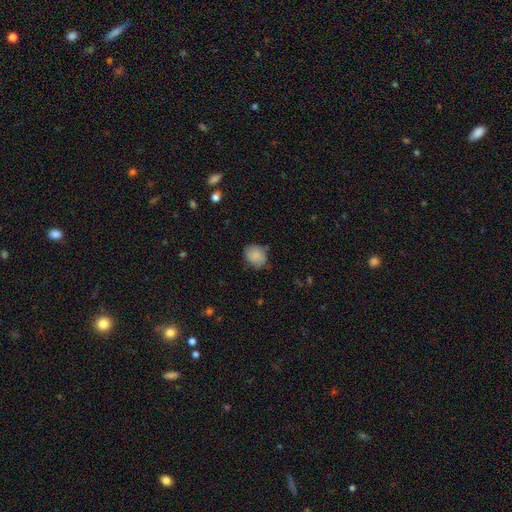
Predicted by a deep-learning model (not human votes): Q: Smooth or featured?
A: smooth (83%); runner-up: featured or disk (10%)
Q: How rounded?
A: round (64%); runner-up: in between (35%)
Q: Merging?
A: none (71%); runner-up: minor disturbance (23%)